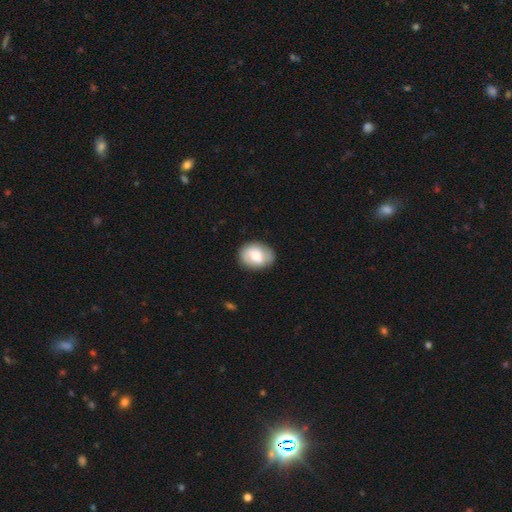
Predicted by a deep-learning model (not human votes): smooth_or_featured: smooth (p=0.72) [alt: featured or disk p=0.21]
how_rounded: in between (p=0.68) [alt: round p=0.31]
merging: none (p=0.78) [alt: minor disturbance p=0.16]